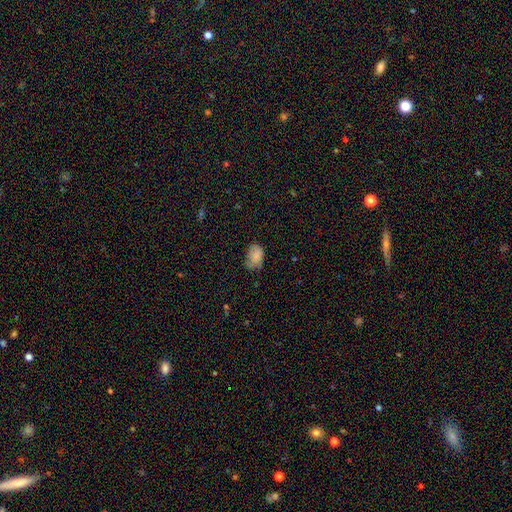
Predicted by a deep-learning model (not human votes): A smooth galaxy with no disk features (80%) that is in between round and cigar-shaped (82%).

Vote fractions:
- Smooth or featured? smooth: 80% / featured or disk: 11% / star or artifact: 9%
- How rounded? in between: 82% / round: 17% / cigar-shaped: 1%
- Merging? none: 55% / minor disturbance: 34% / major disturbance: 10% / merger: 2%